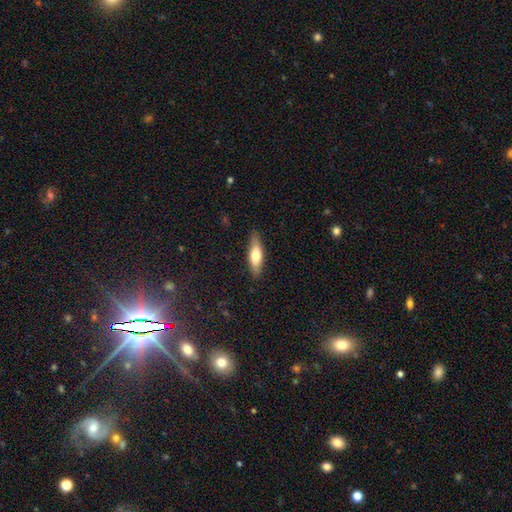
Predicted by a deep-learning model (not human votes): Smooth or featured? Predicted: smooth (p=0.64). How rounded? Predicted: cigar-shaped (p=0.52). Merging? Predicted: none (p=0.85).